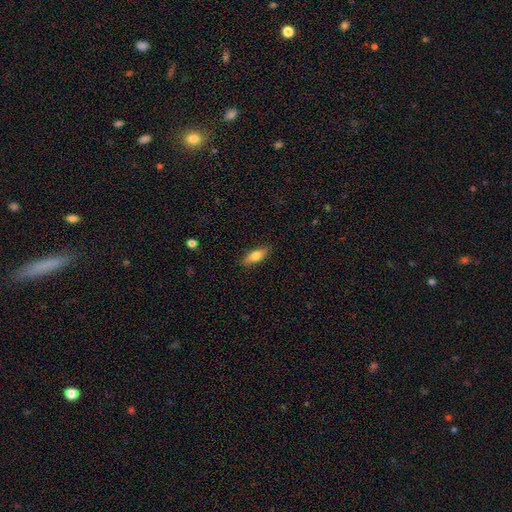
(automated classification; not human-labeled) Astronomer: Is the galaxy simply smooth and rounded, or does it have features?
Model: smooth — 70%.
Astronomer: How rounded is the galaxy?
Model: in between — 66%.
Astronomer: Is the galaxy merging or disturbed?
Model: none — 87%.